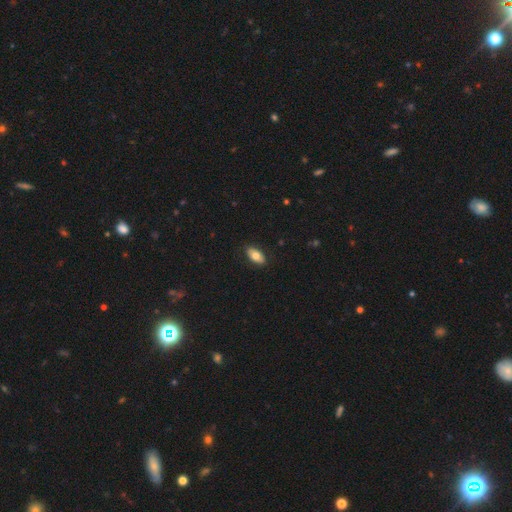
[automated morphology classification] type=smooth (77%); roundness=in between (92%); merging=none (88%).